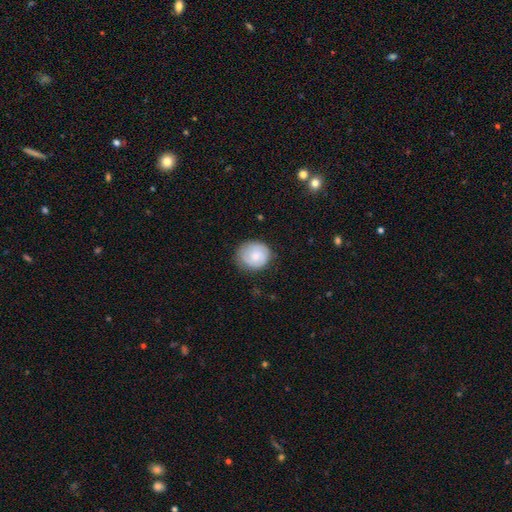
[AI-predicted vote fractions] Smooth or featured: smooth — 59% (featured or disk — 34%)
How rounded: round — 83% (in between — 16%)
Merging: none — 78% (minor disturbance — 17%)